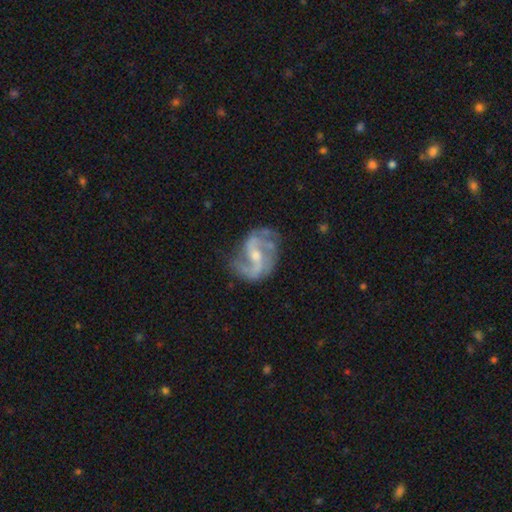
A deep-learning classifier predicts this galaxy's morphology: A featured or disk galaxy (88%) with a weak bar (49%), 2 (79%) loose (45%) spiral arms (95%) and a small central bulge (50%).

Vote fractions:
- Smooth or featured? featured or disk: 88% / smooth: 7% / star or artifact: 6%
- Edge-on disk? no: 98% / yes: 2%
- Bar? weak: 49% / no: 28% / strong: 23%
- Spiral arms? yes: 95% / no: 5%
- Spiral winding? loose: 45% / medium: 43% / tight: 12%
- Spiral arm count? 2: 79% / 3: 7% / can't tell: 6% / 1: 3% / 4: 2% / more than 4: 2%
- Bulge size? small: 50% / moderate: 45% / none: 3% / large: 2% / dominant: 1%
- Merging? none: 65% / minor disturbance: 21% / major disturbance: 12% / merger: 2%